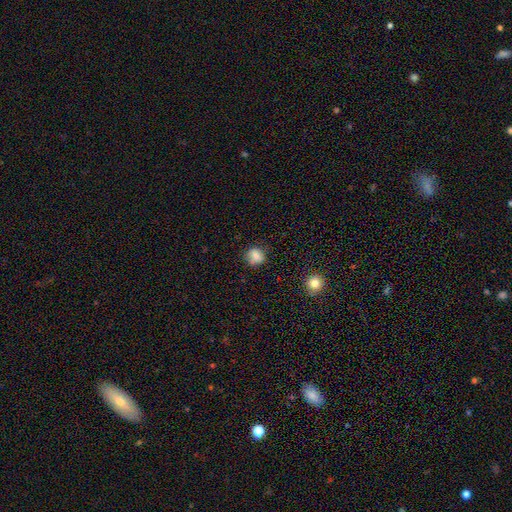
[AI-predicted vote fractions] The model was most divided on "merging": none: 76%, minor disturbance: 18%, major disturbance: 4%, merger: 3%. More confident: how rounded — round (80%); smooth or featured — smooth (78%).